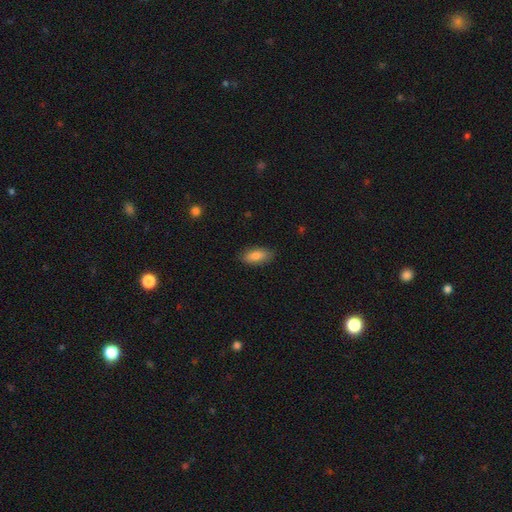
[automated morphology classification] This is clearly a smooth galaxy (84%). How rounded: clearly in between (83%). Merging: clearly none (86%).